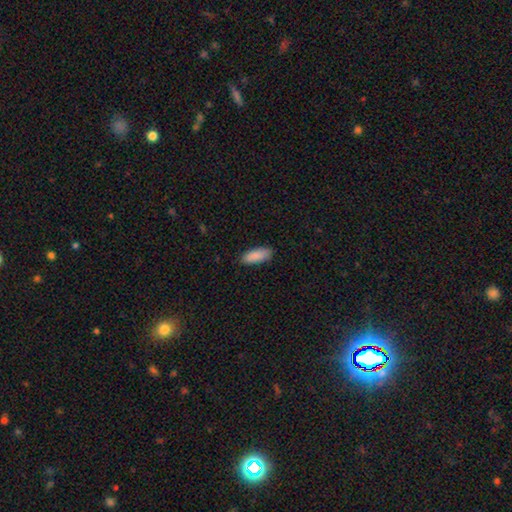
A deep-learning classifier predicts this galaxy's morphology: This is clearly a smooth galaxy (89%). How rounded: likely in between (77%). Merging: clearly none (87%).